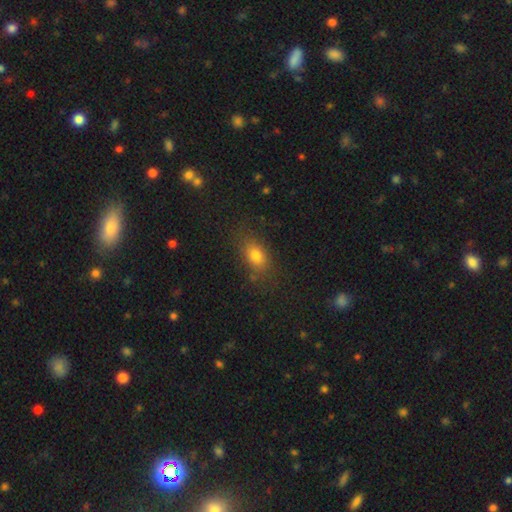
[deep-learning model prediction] smooth_or_featured: smooth (p=0.78) [alt: star or artifact p=0.12]
how_rounded: in between (p=0.80) [alt: round p=0.16]
merging: none (p=0.75) [alt: minor disturbance p=0.16]